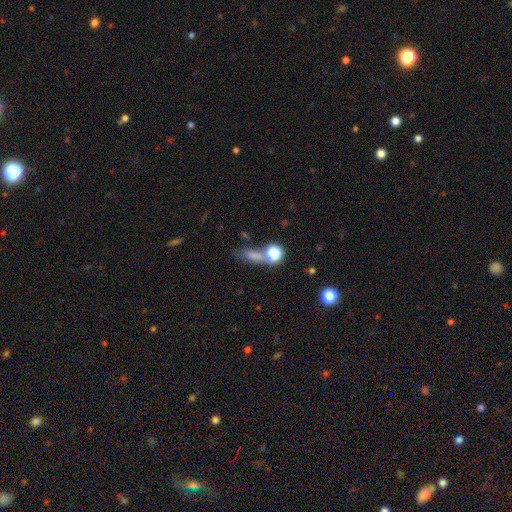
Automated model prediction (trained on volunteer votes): Smooth or featured: smooth — 67% (star or artifact — 21%)
How rounded: in between — 50% (round — 29%)
Merging: none — 46% (merger — 27%)